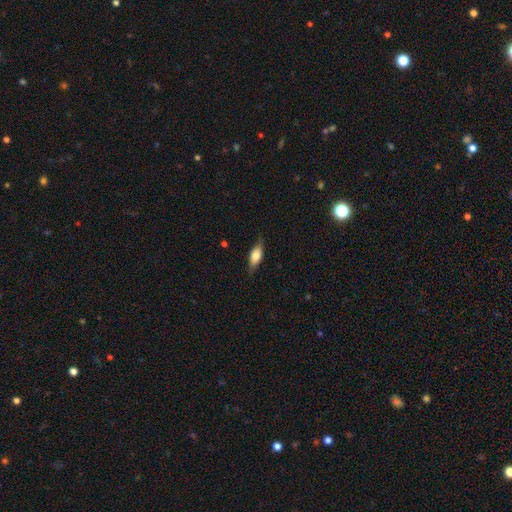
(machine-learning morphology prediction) type=smooth (69%); roundness=in between (73%); merging=none (80%).